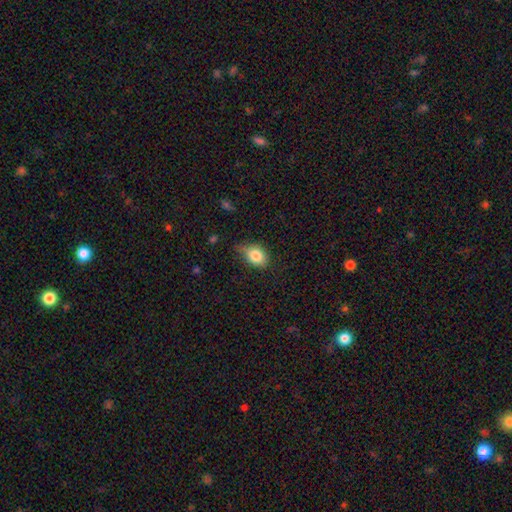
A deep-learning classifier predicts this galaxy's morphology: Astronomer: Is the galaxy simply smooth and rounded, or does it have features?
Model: smooth — 83%.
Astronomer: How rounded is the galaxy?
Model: in between — 71%.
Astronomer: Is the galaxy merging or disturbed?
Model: none — 59%.